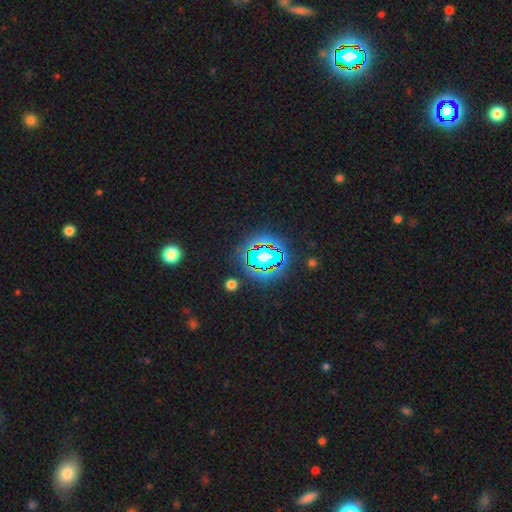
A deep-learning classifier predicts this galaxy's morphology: A star or artifact, not a galaxy (80%).

Vote fractions:
- Smooth or featured? star or artifact: 80% / smooth: 12% / featured or disk: 8%